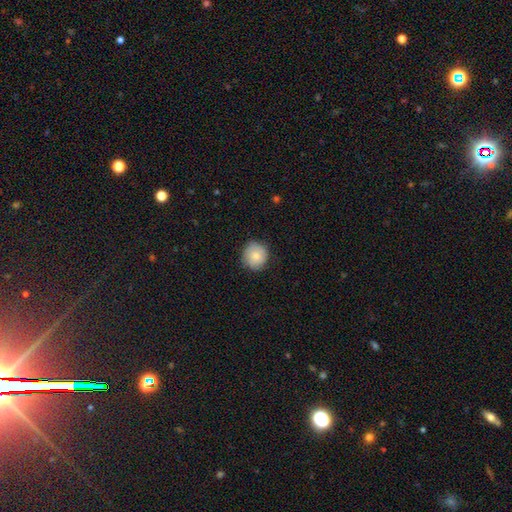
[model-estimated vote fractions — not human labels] Overall: smooth (79%). How rounded: round (89%). Merging: none (83%).